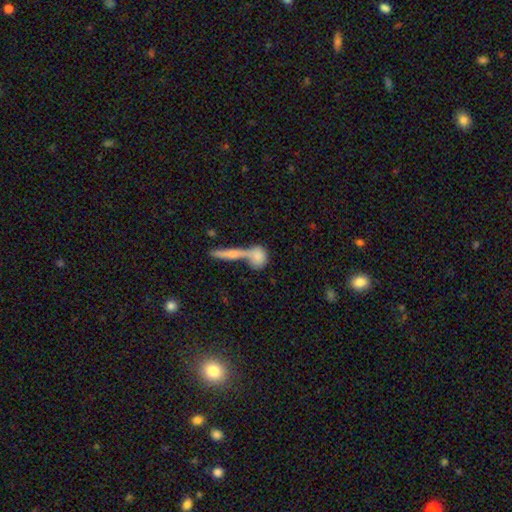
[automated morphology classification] A smooth galaxy with no disk features (73%) that is round (44%).

Vote fractions:
- Smooth or featured? smooth: 73% / featured or disk: 19% / star or artifact: 8%
- How rounded? round: 44% / in between: 36% / cigar-shaped: 20%
- Merging? merger: 46% / none: 38% / minor disturbance: 10% / major disturbance: 7%